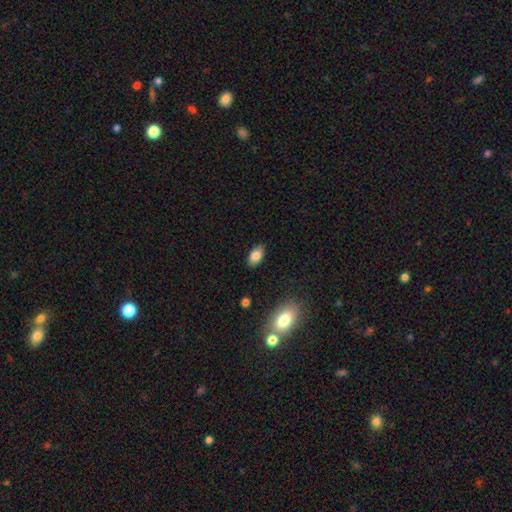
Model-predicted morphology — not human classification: Q: Smooth or featured?
A: smooth (82%); runner-up: featured or disk (10%)
Q: How rounded?
A: in between (91%); runner-up: round (5%)
Q: Merging?
A: none (84%); runner-up: minor disturbance (12%)